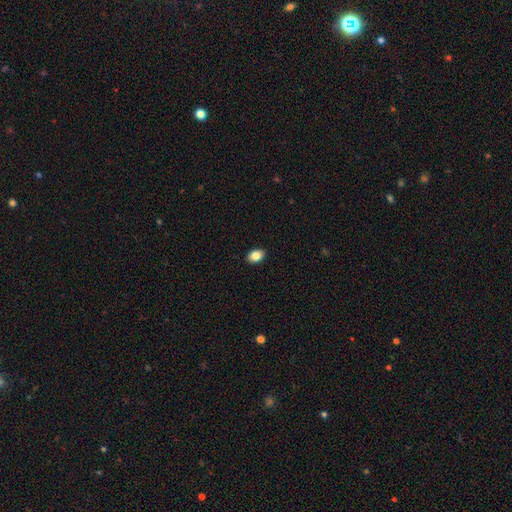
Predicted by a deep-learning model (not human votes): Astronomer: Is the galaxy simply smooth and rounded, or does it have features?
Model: smooth — 86%.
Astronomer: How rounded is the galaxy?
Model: in between — 81%.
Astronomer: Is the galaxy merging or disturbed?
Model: none — 91%.